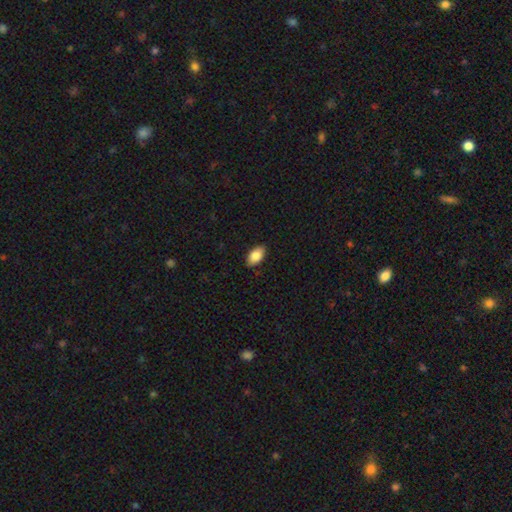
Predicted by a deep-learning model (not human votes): smooth-or-featured: smooth: 85% | featured or disk: 8% | star or artifact: 7%
  how-rounded: in between: 93% | round: 4% | cigar-shaped: 3%
  merging: none: 88% | minor disturbance: 9% | major disturbance: 2% | merger: 1%